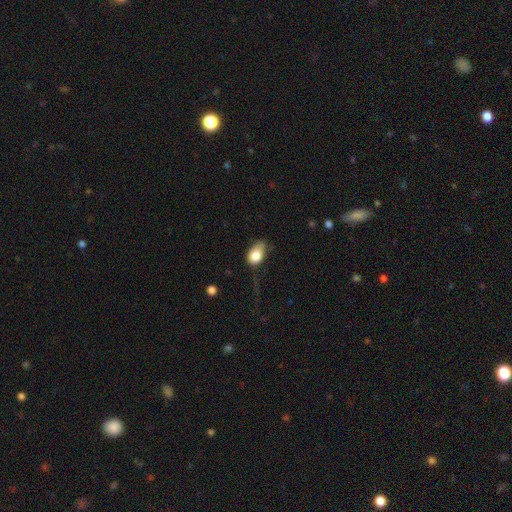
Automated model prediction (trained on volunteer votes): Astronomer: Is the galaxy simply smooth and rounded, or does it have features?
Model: smooth — 81%.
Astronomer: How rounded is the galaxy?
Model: in between — 81%.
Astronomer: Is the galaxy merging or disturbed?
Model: minor disturbance — 39% (runner-up: none, 34%).